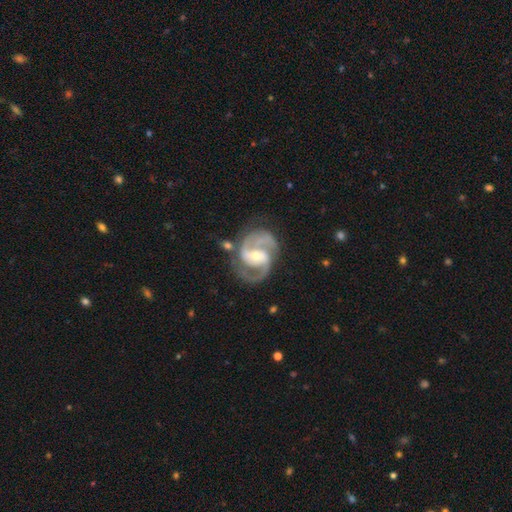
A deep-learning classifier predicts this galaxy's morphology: A featured or disk galaxy (93%) with a weak bar (43%), 2 (81%) medium (59%) spiral arms (98%) and a moderate central bulge (51%). Merging: none (71%).